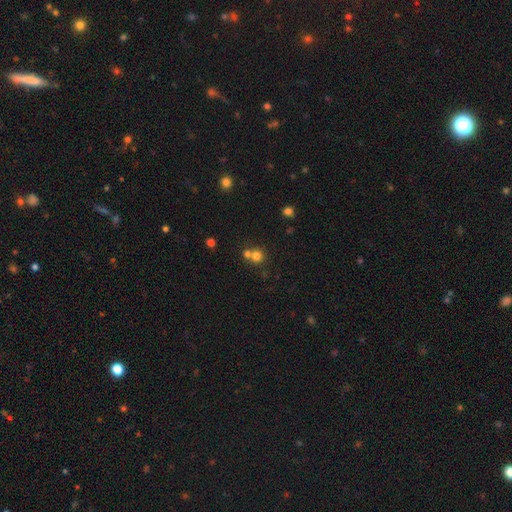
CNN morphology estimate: Smooth or featured? smooth (73%)
How rounded? round (88%)
Merging? none (47%)